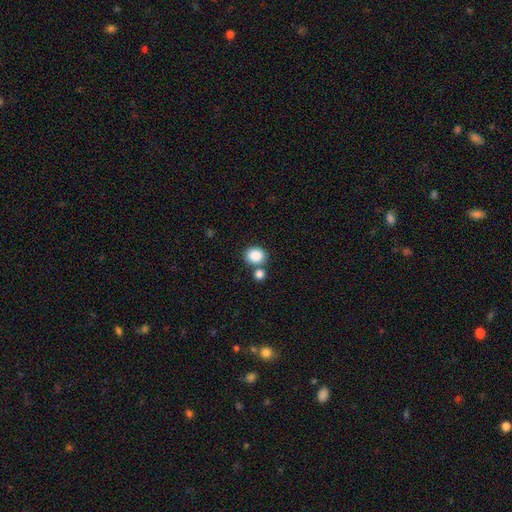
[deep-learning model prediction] smooth_or_featured: smooth (p=0.87) [alt: star or artifact p=0.09]
how_rounded: round (p=0.75) [alt: in between p=0.24]
merging: none (p=0.68) [alt: merger p=0.21]